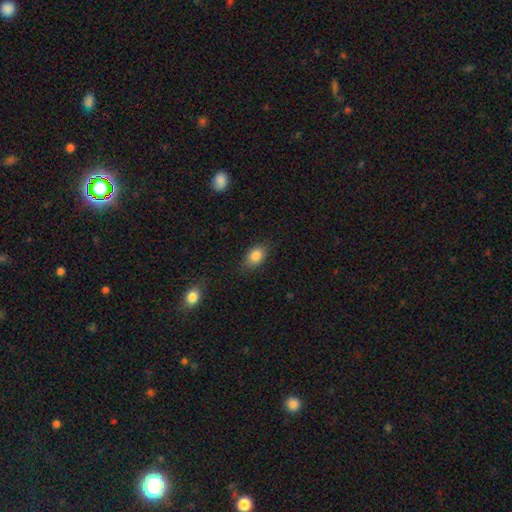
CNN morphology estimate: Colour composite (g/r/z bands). It shows a smooth galaxy with no disk features (85%) that is in between round and cigar-shaped (83%). Merging: none (81%).